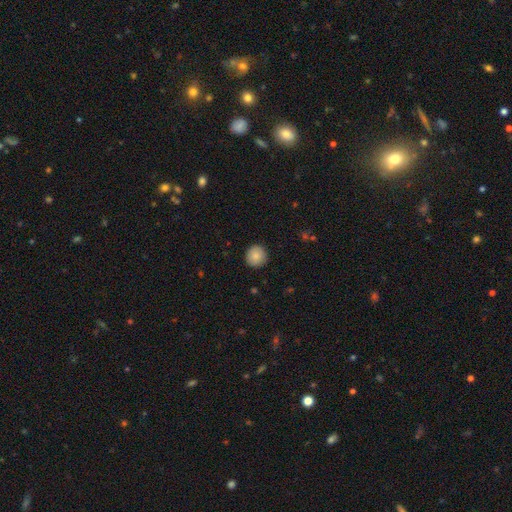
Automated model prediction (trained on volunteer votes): smooth-or-featured: smooth: 86% | star or artifact: 8% | featured or disk: 6%
  how-rounded: round: 94% | in between: 5% | cigar-shaped: 1%
  merging: none: 91% | minor disturbance: 6% | major disturbance: 2% | merger: 1%